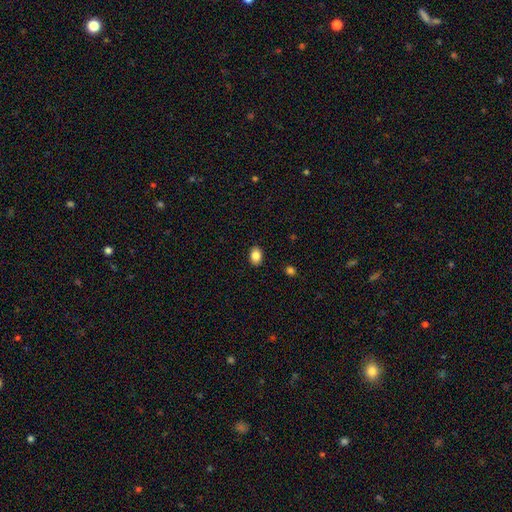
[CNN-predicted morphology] This appears to be a smooth galaxy with no disk features (85%) that is in between round and cigar-shaped (79%). Merging: none (89%).